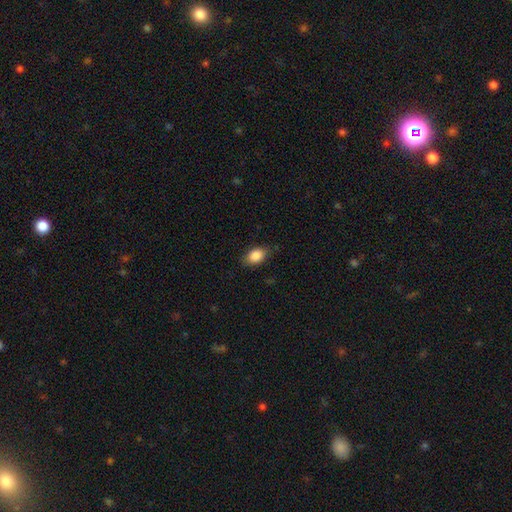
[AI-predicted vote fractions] A smooth galaxy with no disk features (86%) that is in between round and cigar-shaped (83%).

Vote fractions:
- Smooth or featured? smooth: 86% / star or artifact: 8% / featured or disk: 6%
- How rounded? in between: 83% / round: 15% / cigar-shaped: 2%
- Merging? none: 80% / minor disturbance: 16% / major disturbance: 3% / merger: 1%